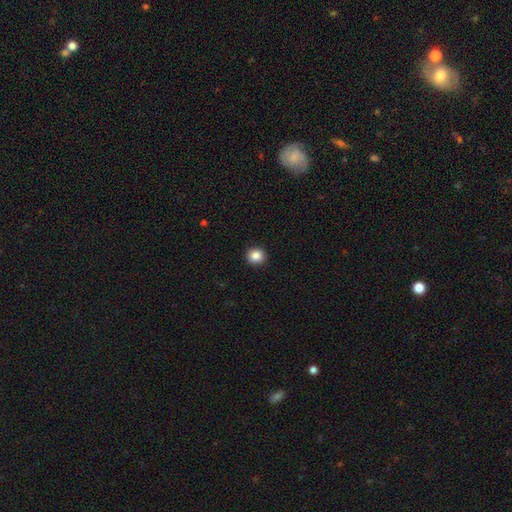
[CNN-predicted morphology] Smooth or featured?
  - smooth: 86% *
  - star or artifact: 10%
  - featured or disk: 4%
How rounded?
  - round: 89% *
  - in between: 10%
  - cigar-shaped: 1%
Merging?
  - none: 93% *
  - minor disturbance: 5%
  - major disturbance: 2%
  - merger: 1%